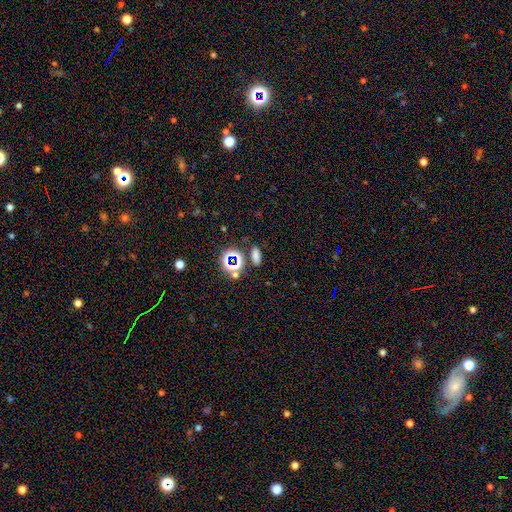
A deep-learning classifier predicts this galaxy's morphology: This appears to be a smooth galaxy with no disk features (65%) that is in between round and cigar-shaped (74%). Merging: none (79%).